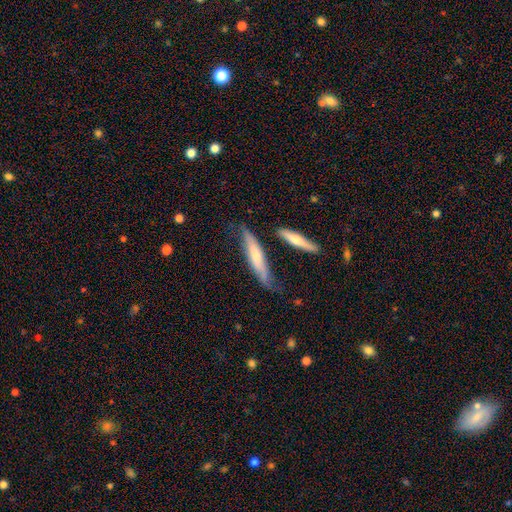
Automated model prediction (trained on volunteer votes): Smooth or featured? Predicted: featured or disk (p=0.47, tied with smooth). Merging? Predicted: none (p=0.57).